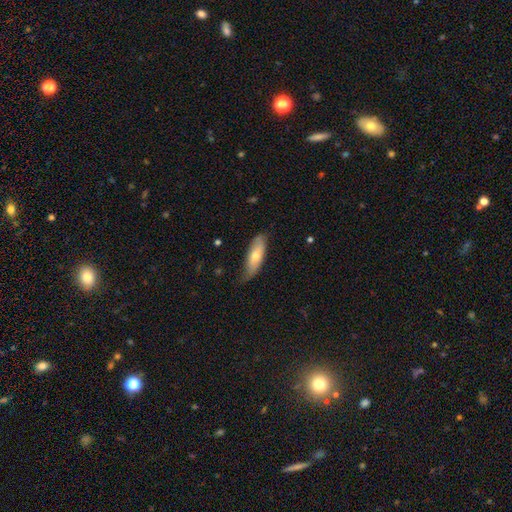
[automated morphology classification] smooth-or-featured: smooth: 64% | featured or disk: 31% | star or artifact: 6%
  how-rounded: in between: 64% | cigar-shaped: 33% | round: 2%
  merging: none: 66% | minor disturbance: 28% | major disturbance: 5% | merger: 1%